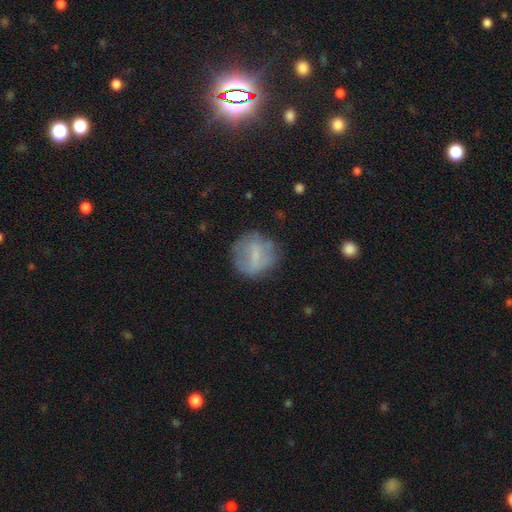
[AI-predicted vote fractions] This appears to be a smooth galaxy with no disk features (56%) that is round (82%). Merging: none (67%).